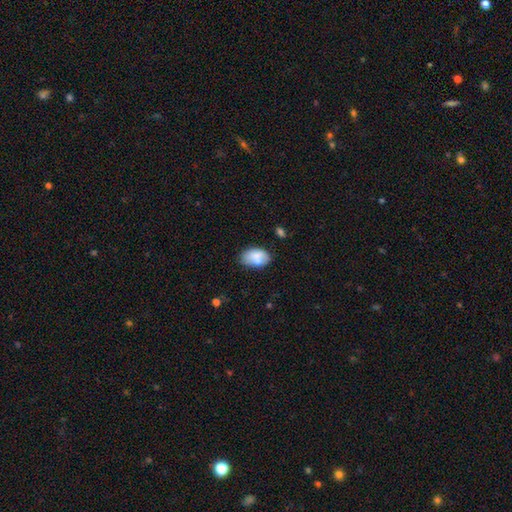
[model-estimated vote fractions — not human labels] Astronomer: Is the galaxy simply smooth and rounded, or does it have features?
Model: smooth — 76%.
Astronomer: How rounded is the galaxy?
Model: in between — 90%.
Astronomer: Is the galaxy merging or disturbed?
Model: none — 57%.